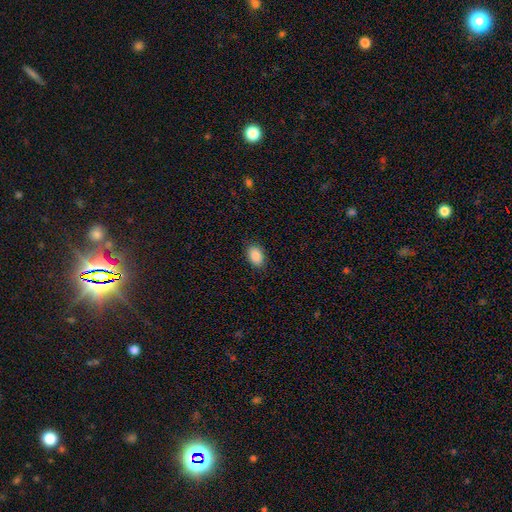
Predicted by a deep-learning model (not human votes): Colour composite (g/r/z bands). It shows a smooth galaxy with no disk features (90%) that is in between round and cigar-shaped (84%). Merging: none (88%).